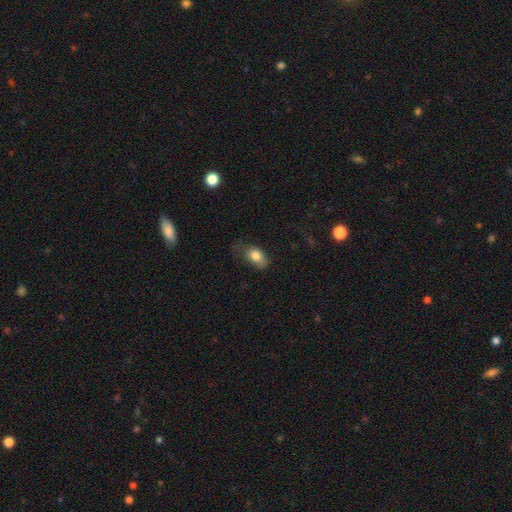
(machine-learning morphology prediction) Smooth or featured: smooth — 80% (featured or disk — 13%)
How rounded: in between — 86% (round — 11%)
Merging: none — 44% (minor disturbance — 34%)